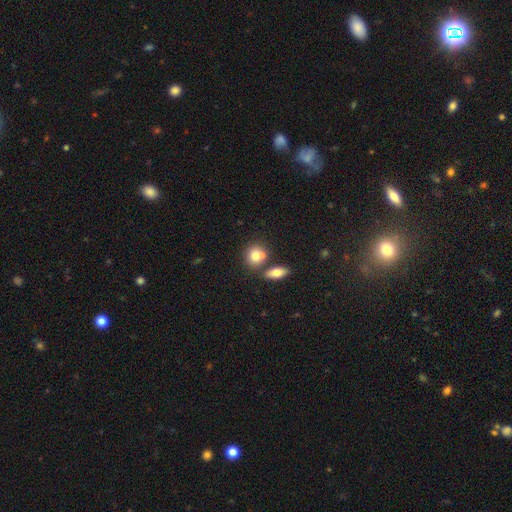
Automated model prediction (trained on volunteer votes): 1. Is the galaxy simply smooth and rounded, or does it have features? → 78% smooth, 14% featured or disk, 9% star or artifact.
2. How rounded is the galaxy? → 67% round, 31% in between, 2% cigar-shaped.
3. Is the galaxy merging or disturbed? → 49% none, 38% merger, 10% minor disturbance, 3% major disturbance.